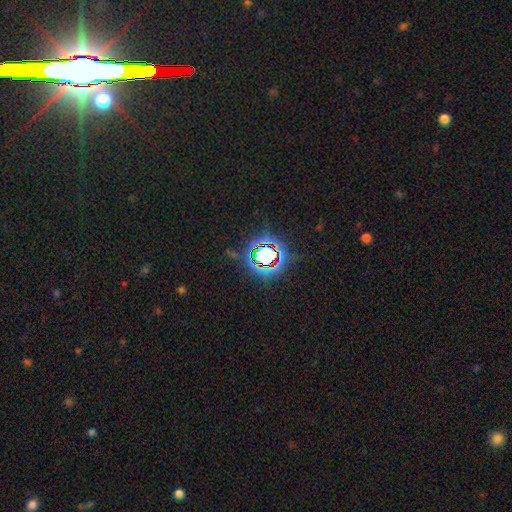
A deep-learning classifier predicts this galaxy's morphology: star or artifact 80%, smooth 11%, featured or disk 9%.